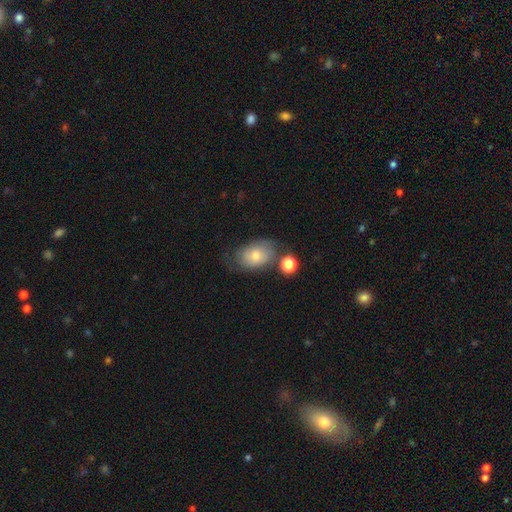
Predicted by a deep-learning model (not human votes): Smooth or featured? Predicted: smooth (p=0.66). How rounded? Predicted: in between (p=0.82). Merging? Predicted: none (p=0.52).